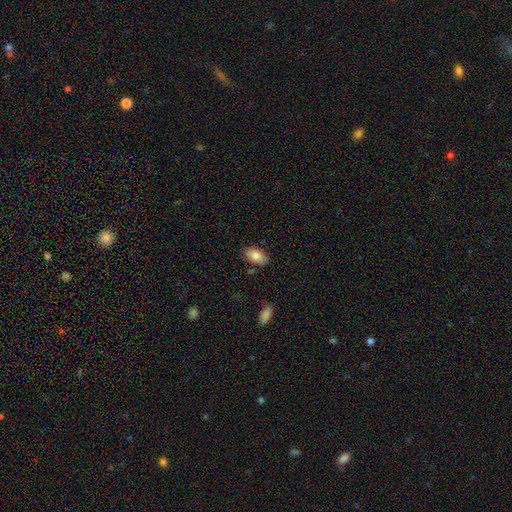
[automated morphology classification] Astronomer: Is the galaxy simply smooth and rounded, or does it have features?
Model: smooth — 81%.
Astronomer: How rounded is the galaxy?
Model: in between — 93%.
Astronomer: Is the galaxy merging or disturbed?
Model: none — 83%.